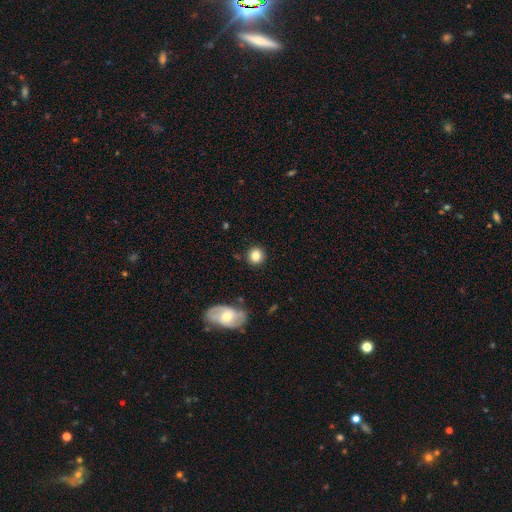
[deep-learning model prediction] Smooth or featured? smooth (82%)
How rounded? round (90%)
Merging? none (88%)